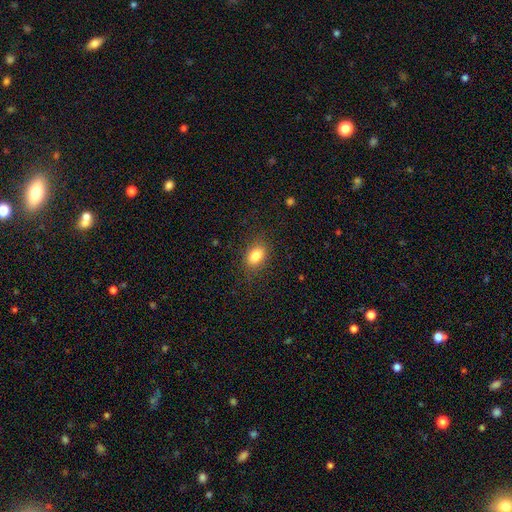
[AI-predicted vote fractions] The model was most divided on "how rounded": in between: 84%, round: 14%, cigar-shaped: 2%. More confident: smooth or featured — smooth (84%); merging — none (84%).